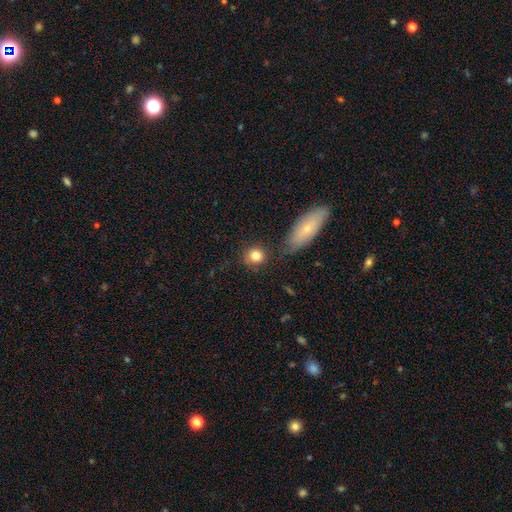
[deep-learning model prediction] Overall: smooth (83%). How rounded: round (82%). Merging: none (79%).